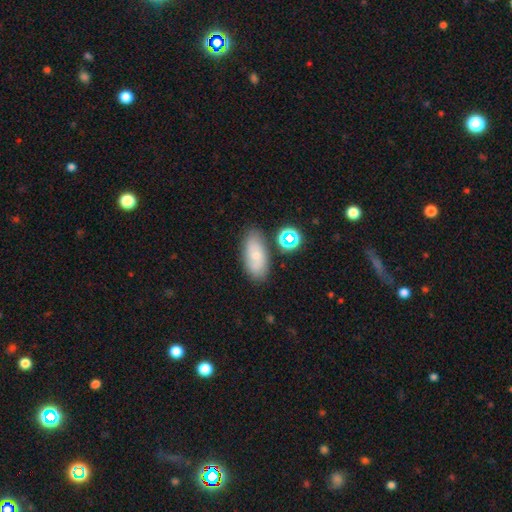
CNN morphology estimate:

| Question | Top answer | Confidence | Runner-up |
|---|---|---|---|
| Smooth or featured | smooth | 58% | featured or disk (31%) |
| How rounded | in between | 86% | cigar-shaped (8%) |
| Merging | none | 74% | minor disturbance (16%) |